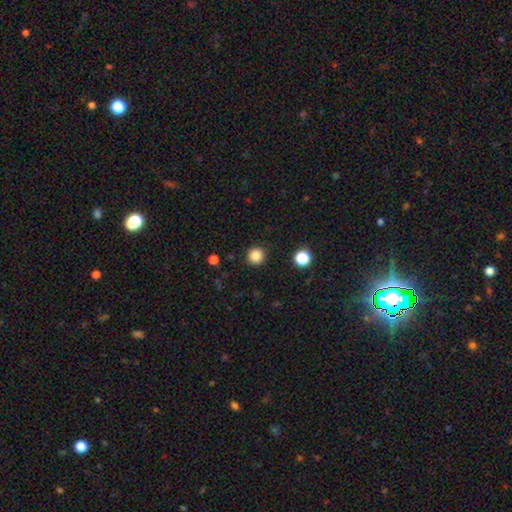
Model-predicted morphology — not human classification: smooth_or_featured: smooth (p=0.85) [alt: star or artifact p=0.12]
how_rounded: round (p=0.95) [alt: in between p=0.04]
merging: none (p=0.91) [alt: minor disturbance p=0.05]